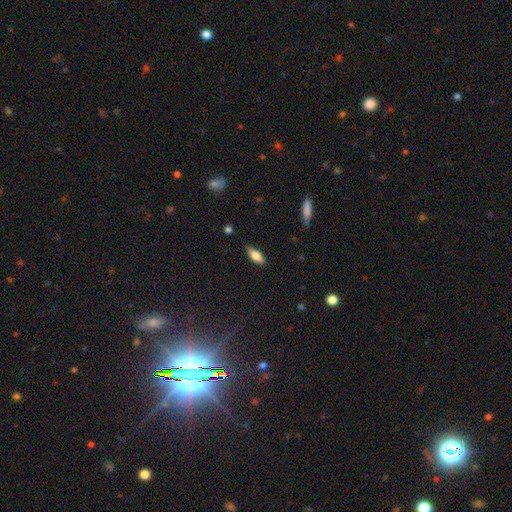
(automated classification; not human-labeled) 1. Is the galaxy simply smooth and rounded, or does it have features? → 75% smooth, 18% featured or disk, 7% star or artifact.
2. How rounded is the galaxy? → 74% in between, 24% cigar-shaped, 2% round.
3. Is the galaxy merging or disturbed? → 83% none, 13% minor disturbance, 2% major disturbance, 1% merger.